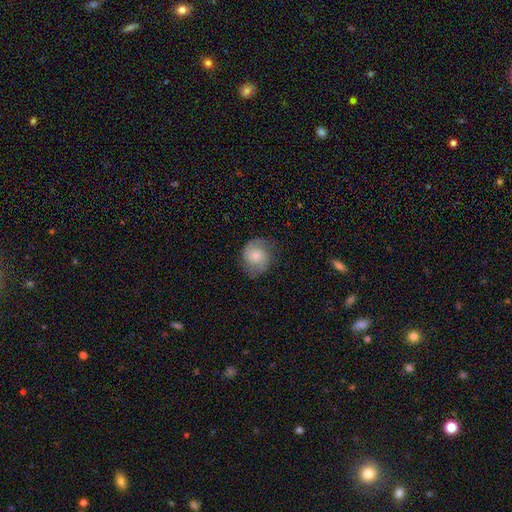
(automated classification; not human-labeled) The model was most divided on "smooth or featured": featured or disk: 49%, smooth: 43%, star or artifact: 8%. More confident: merging — none (73%).